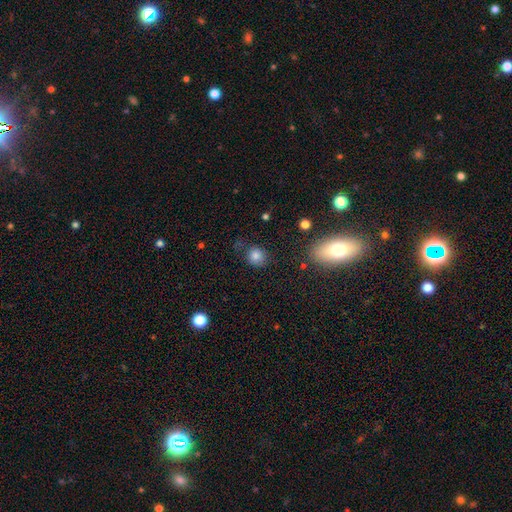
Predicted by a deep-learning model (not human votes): Smooth or featured? smooth (81%)
How rounded? round (80%)
Merging? none (75%)